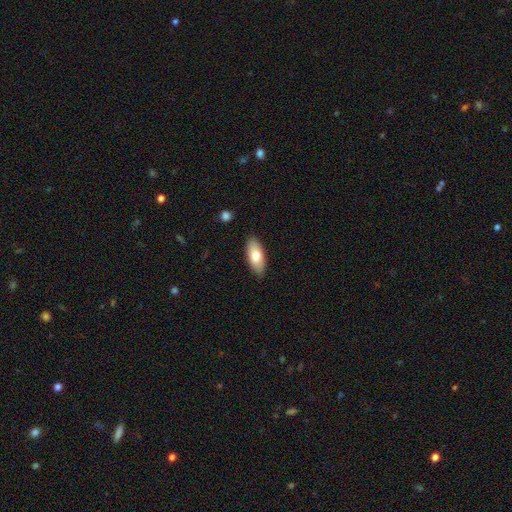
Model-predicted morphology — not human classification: Smooth or featured: smooth — 75% (featured or disk — 19%)
How rounded: in between — 85% (cigar-shaped — 12%)
Merging: none — 88% (minor disturbance — 9%)